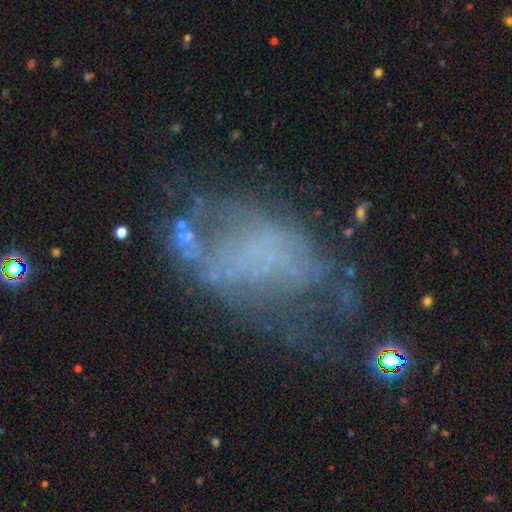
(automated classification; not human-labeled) A featured or disk galaxy (55%) with no bar (84%), no spiral arms (77%) and no central bulge (80%).

Vote fractions:
- Smooth or featured? featured or disk: 55% / smooth: 28% / star or artifact: 17%
- Edge-on disk? no: 95% / yes: 5%
- Bar? no: 84% / weak: 11% / strong: 5%
- Spiral arms? no: 77% / yes: 23%
- Bulge size? none: 80% / small: 8% / moderate: 4% / large: 4% / dominant: 2%
- Merging? major disturbance: 36% / none: 34% / minor disturbance: 23% / merger: 7%